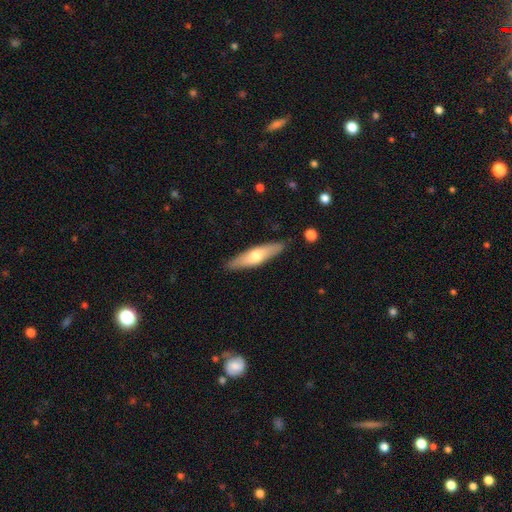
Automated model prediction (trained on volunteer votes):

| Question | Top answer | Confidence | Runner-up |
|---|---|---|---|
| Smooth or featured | smooth | 54% | featured or disk (41%) |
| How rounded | cigar-shaped | 71% | in between (27%) |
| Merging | none | 88% | minor disturbance (9%) |